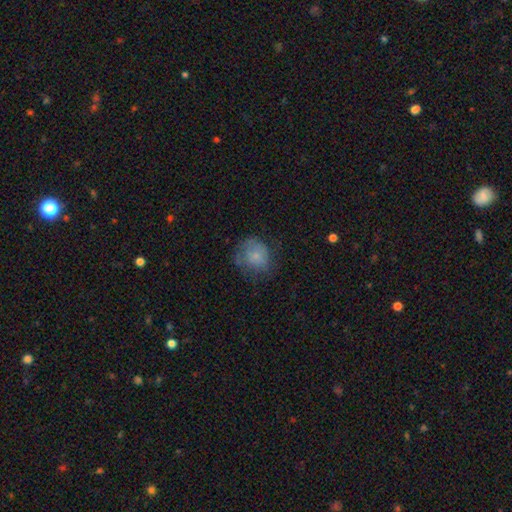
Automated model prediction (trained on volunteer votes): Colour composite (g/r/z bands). It shows a smooth galaxy with no disk features (72%) that is round (73%). Merging: none (52%).